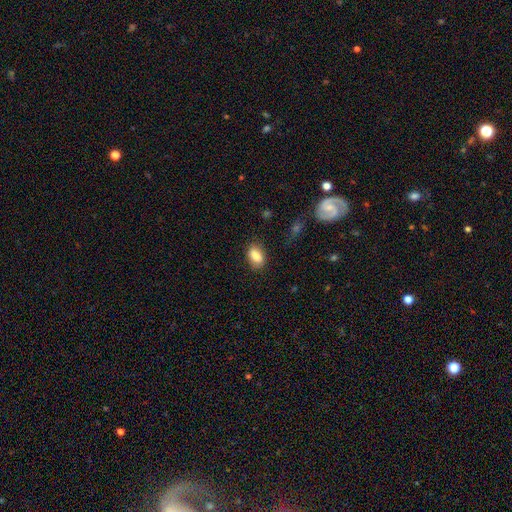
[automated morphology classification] type=smooth (84%); roundness=in between (89%); merging=none (81%).